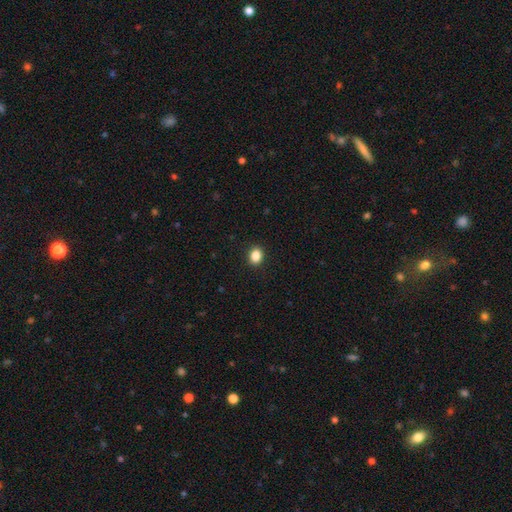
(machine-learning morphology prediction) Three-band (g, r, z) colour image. It shows a smooth galaxy with no disk features (86%) that is round (50%). Merging: none (91%).